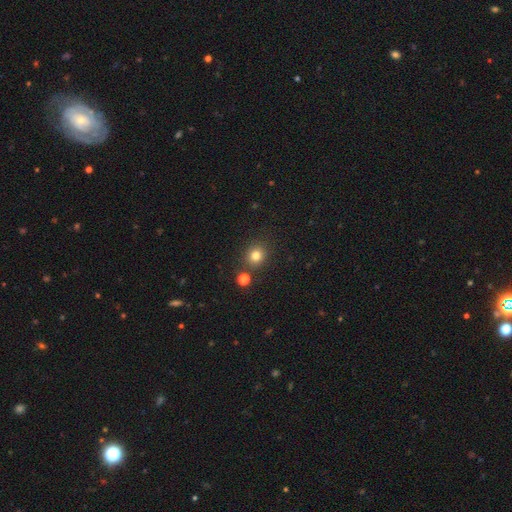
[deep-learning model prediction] Q: Smooth or featured?
A: smooth (79%); runner-up: star or artifact (15%)
Q: How rounded?
A: round (84%); runner-up: in between (15%)
Q: Merging?
A: none (81%); runner-up: minor disturbance (8%)